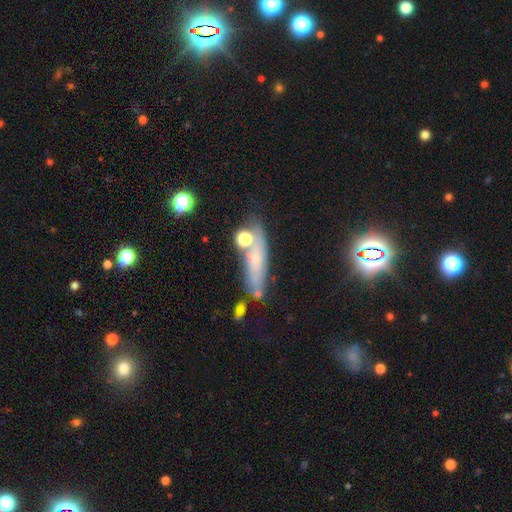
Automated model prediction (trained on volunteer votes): Overall: smooth (50%; featured or disk 33%). How rounded: cigar-shaped (62%; in between 31%). Merging: none (64%).